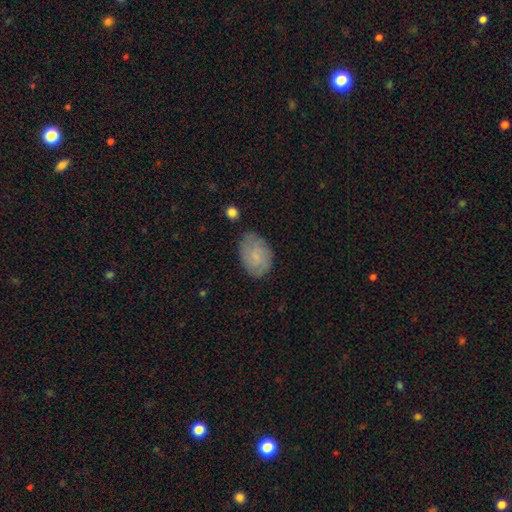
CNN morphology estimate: smooth-or-featured: smooth: 59% | featured or disk: 33% | star or artifact: 8%
  how-rounded: in between: 83% | round: 16% | cigar-shaped: 2%
  merging: none: 69% | minor disturbance: 23% | major disturbance: 5% | merger: 2%